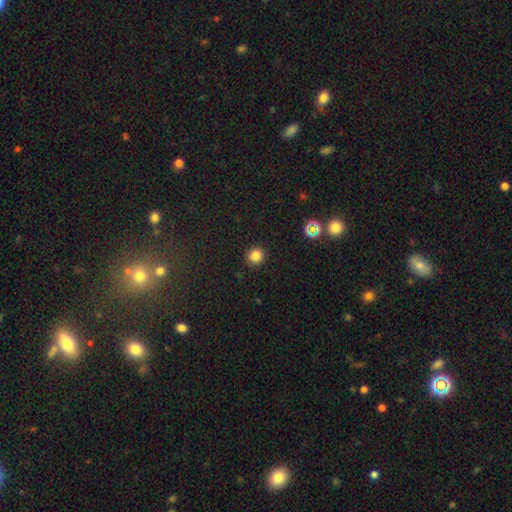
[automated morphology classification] This is clearly a smooth galaxy (81%). How rounded: clearly round (88%). Merging: clearly none (90%).